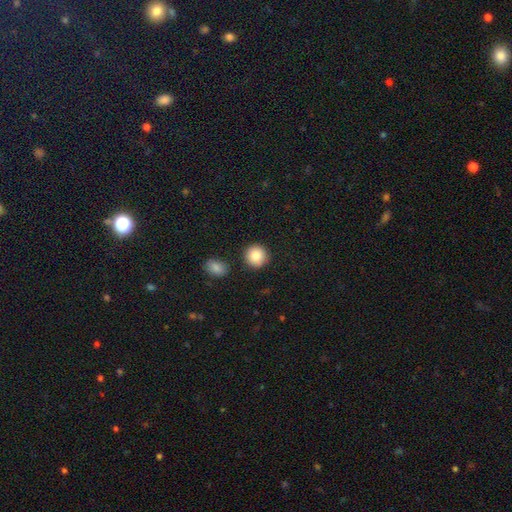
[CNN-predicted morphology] smooth_or_featured: smooth (p=0.86) [alt: star or artifact p=0.08]
how_rounded: round (p=0.93) [alt: in between p=0.06]
merging: none (p=0.88) [alt: minor disturbance p=0.06]